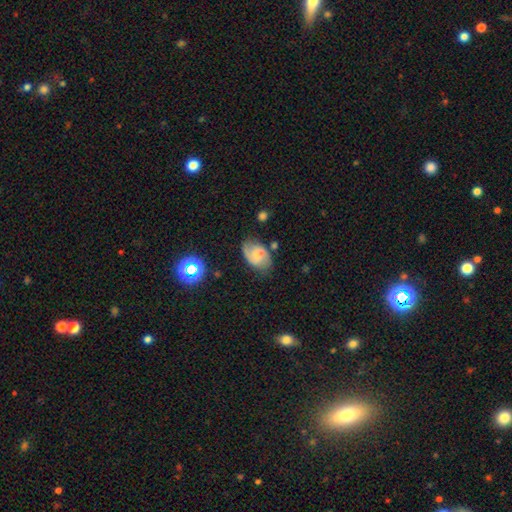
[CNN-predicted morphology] Smooth or featured?
  - featured or disk: 49% *
  - smooth: 41%
  - star or artifact: 10%
Merging?
  - none: 60% *
  - minor disturbance: 27%
  - major disturbance: 9%
  - merger: 4%